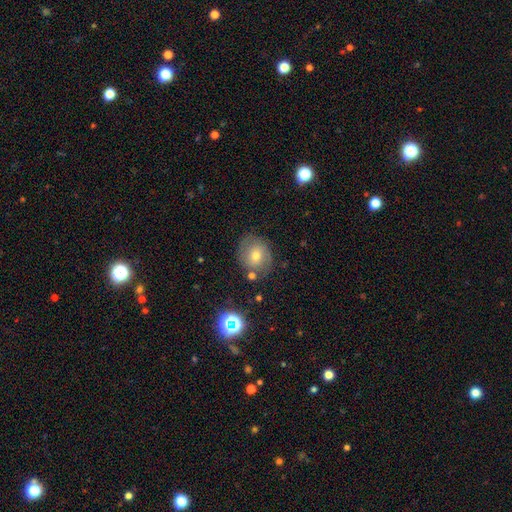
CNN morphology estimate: This appears to be a smooth galaxy with no disk features (54%) that is round (73%). Merging: none (74%).